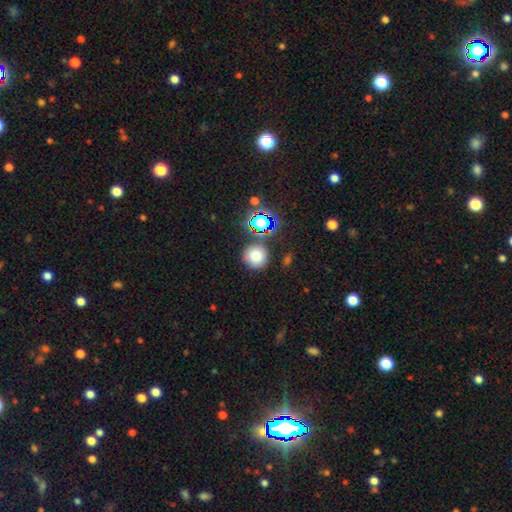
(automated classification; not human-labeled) The model was most divided on "smooth or featured": smooth: 73%, star or artifact: 19%, featured or disk: 8%. More confident: how rounded — round (93%); merging — none (79%).